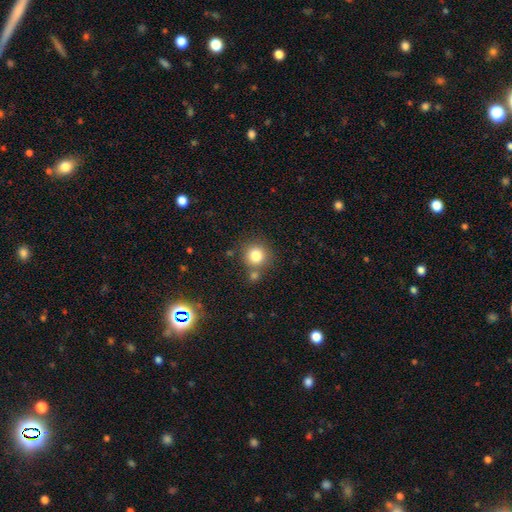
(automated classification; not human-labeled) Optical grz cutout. It shows a smooth galaxy with no disk features (81%) that is round (91%). Merging: none (69%).